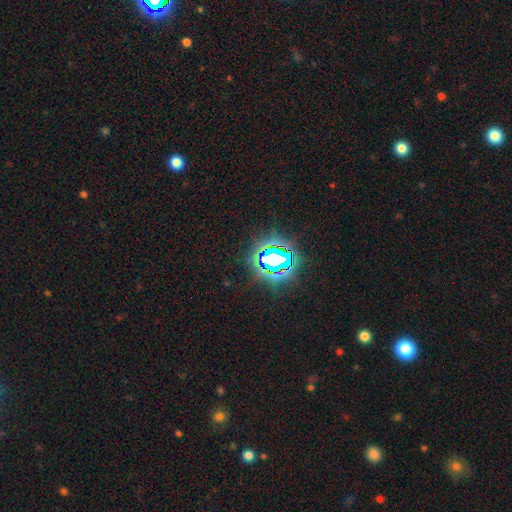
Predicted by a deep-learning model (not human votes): star or artifact 83%, smooth 11%, featured or disk 6%.